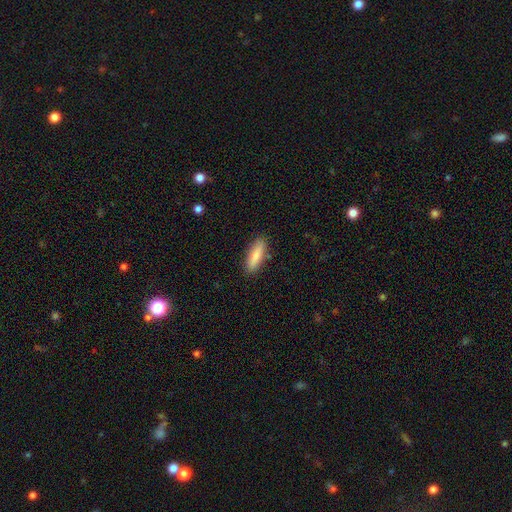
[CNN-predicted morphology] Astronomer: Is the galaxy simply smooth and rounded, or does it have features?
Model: smooth — 84%.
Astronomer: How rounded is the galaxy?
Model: cigar-shaped — 56% (runner-up: in between, 43%).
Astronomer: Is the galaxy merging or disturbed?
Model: none — 87%.